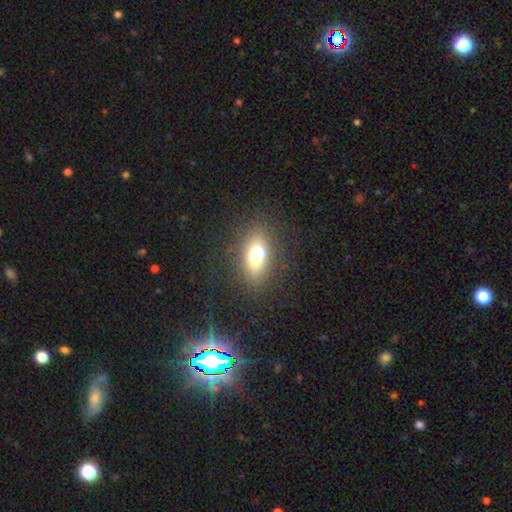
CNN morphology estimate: Smooth or featured?
  - smooth: 65% *
  - featured or disk: 18%
  - star or artifact: 16%
How rounded?
  - in between: 78% *
  - round: 14%
  - cigar-shaped: 8%
Merging?
  - none: 77% *
  - minor disturbance: 13%
  - major disturbance: 7%
  - merger: 4%